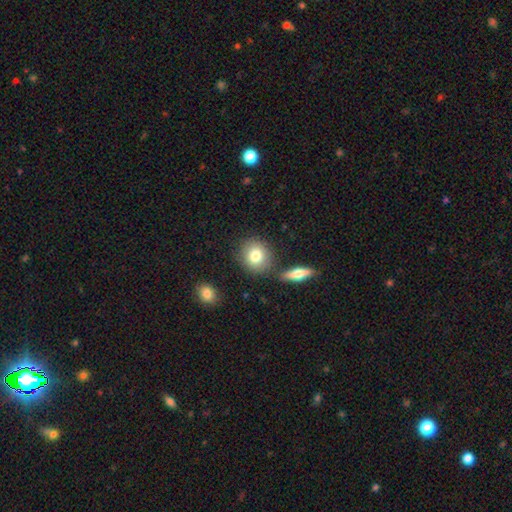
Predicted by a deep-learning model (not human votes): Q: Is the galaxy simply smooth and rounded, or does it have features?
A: smooth — 80%.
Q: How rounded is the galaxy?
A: round — 78%.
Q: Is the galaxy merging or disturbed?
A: none — 76%.